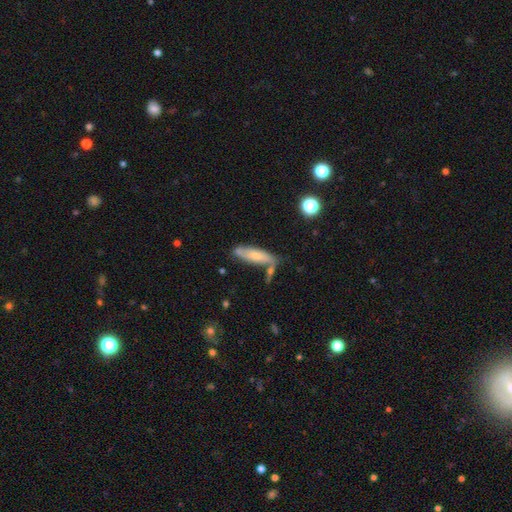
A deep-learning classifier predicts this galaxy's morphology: Q: Smooth or featured?
A: smooth (60%); runner-up: featured or disk (33%)
Q: How rounded?
A: cigar-shaped (55%); runner-up: in between (42%)
Q: Merging?
A: none (53%); runner-up: minor disturbance (22%)